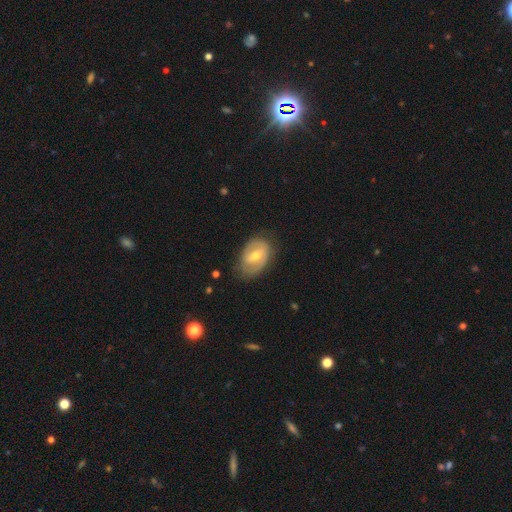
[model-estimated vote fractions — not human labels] Morphology: type=featured or disk (63%); edge-on=no (94%); bar=weak (49%); spiral arms=yes (67%); bulge=moderate (59%); merging=none (72%).